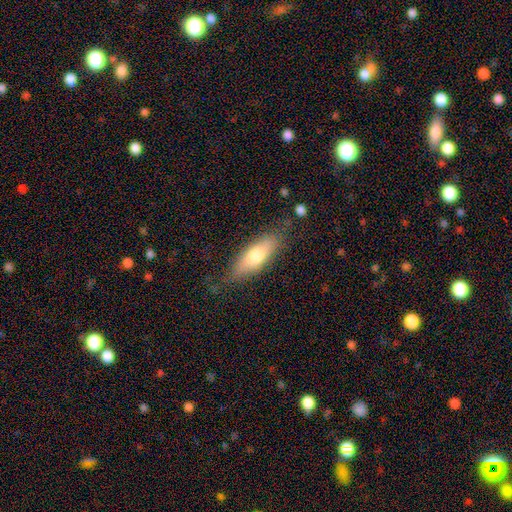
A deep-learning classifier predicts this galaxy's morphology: type=smooth (67%); roundness=in between (57%); merging=none (76%).